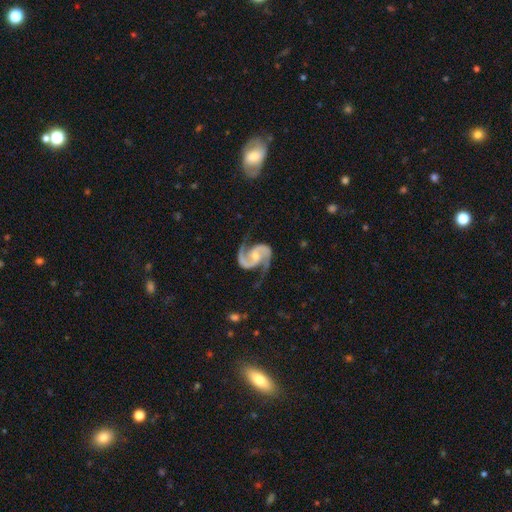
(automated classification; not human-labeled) The model was most divided on "bulge size": small: 50%, moderate: 42%, none: 5%, large: 2%, dominant: 1%. More confident: spiral arms — yes (99%); edge-on disk — no (98%); spiral arm count — 2 (94%); smooth or featured — featured or disk (94%); merging — none (74%); spiral winding — medium (62%); bar — no (51%).